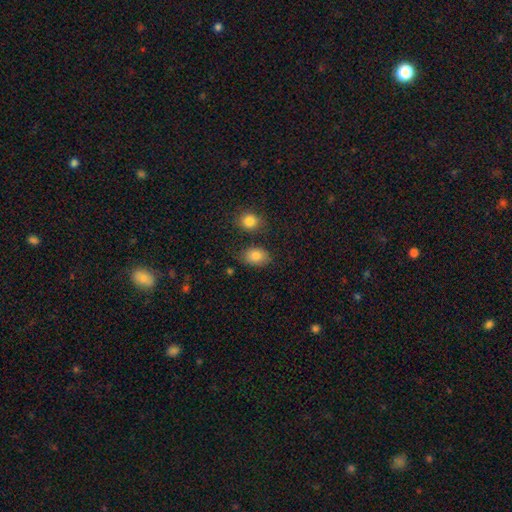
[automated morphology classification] smooth 85%, star or artifact 8%, featured or disk 7%. Down the decision tree: how rounded — in between (81%); merging — none (72%).